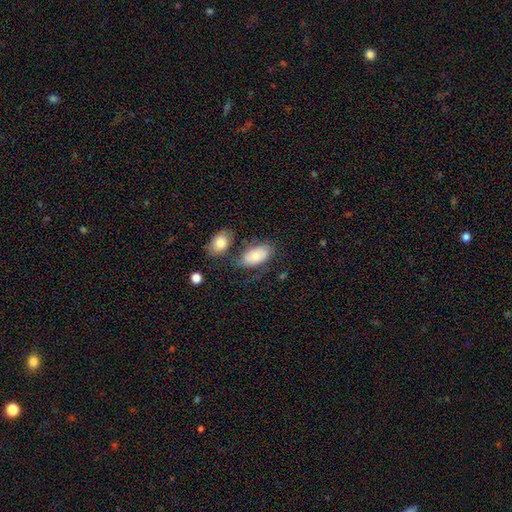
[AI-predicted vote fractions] Overall: smooth (72%). How rounded: in between (93%). Merging: none (52%; minor disturbance 21%).